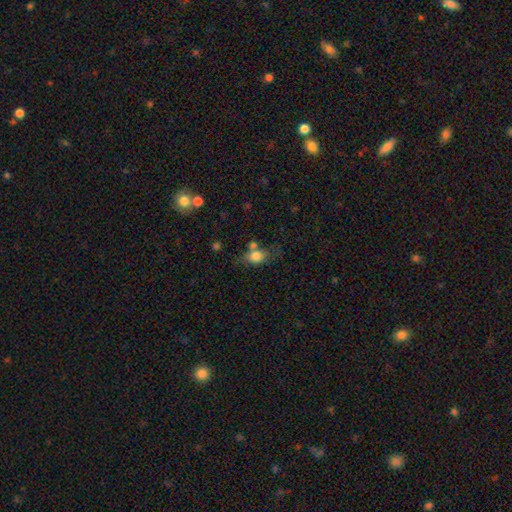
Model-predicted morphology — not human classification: This appears to be a smooth galaxy with no disk features (78%) that is in between round and cigar-shaped (68%). Merging: none (49%).